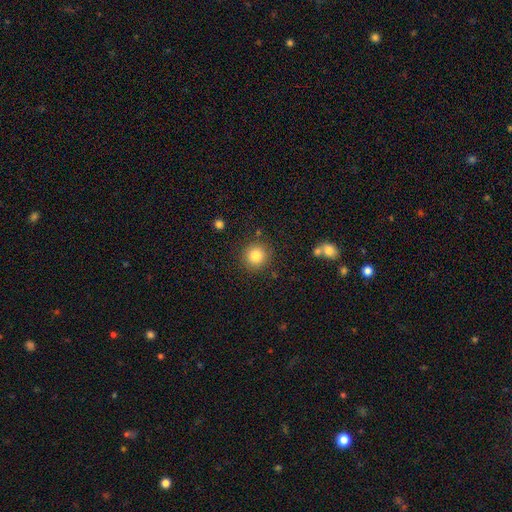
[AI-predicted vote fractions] The model was most divided on "smooth or featured": smooth: 83%, star or artifact: 10%, featured or disk: 7%. More confident: how rounded — round (92%); merging — none (87%).